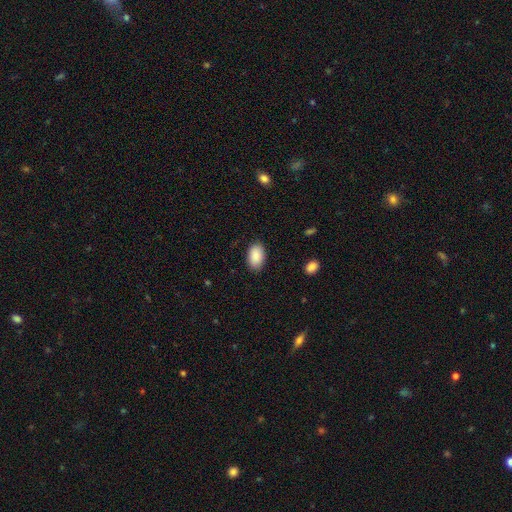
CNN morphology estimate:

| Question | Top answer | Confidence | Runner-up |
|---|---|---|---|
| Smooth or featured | smooth | 90% | star or artifact (6%) |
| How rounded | in between | 93% | round (6%) |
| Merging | none | 86% | minor disturbance (10%) |